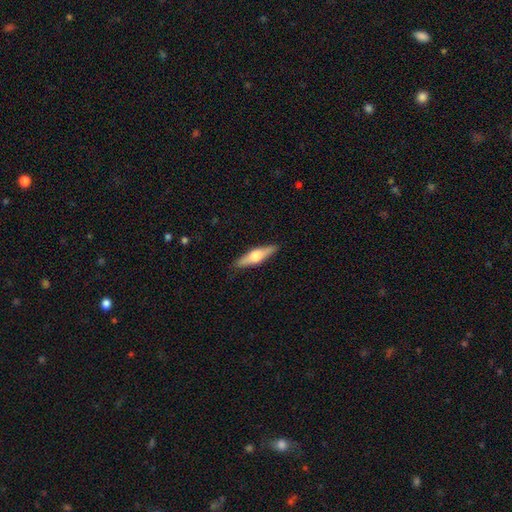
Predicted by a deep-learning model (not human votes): Smooth or featured?
  - featured or disk: 55% *
  - smooth: 39%
  - star or artifact: 5%
Edge-on disk?
  - yes: 95% *
  - no: 5%
Edge-on bulge?
  - rounded: 92% *
  - boxy: 6%
  - none: 2%
Merging?
  - none: 89% *
  - minor disturbance: 9%
  - major disturbance: 2%
  - merger: 1%